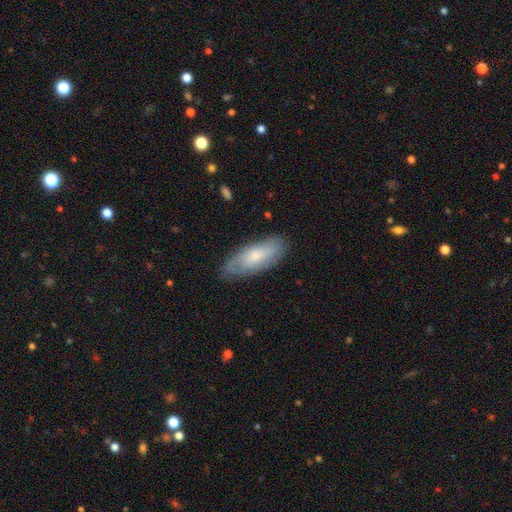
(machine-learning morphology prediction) smooth-or-featured: smooth: 53% | featured or disk: 41% | star or artifact: 6%
  how-rounded: in between: 74% | cigar-shaped: 24% | round: 2%
  merging: none: 76% | minor disturbance: 19% | major disturbance: 4% | merger: 1%